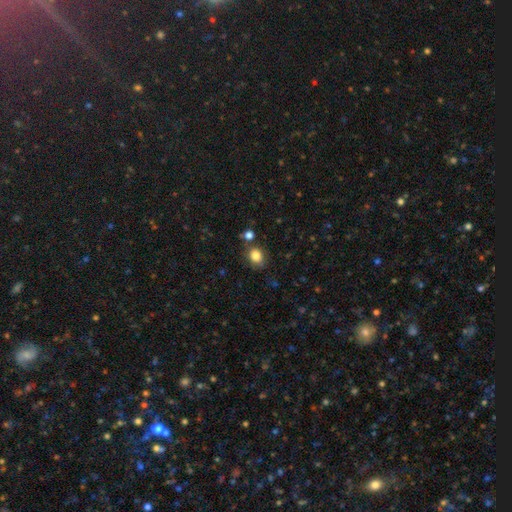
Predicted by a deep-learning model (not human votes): Smooth or featured? smooth (83%)
How rounded? round (51%)
Merging? none (73%)